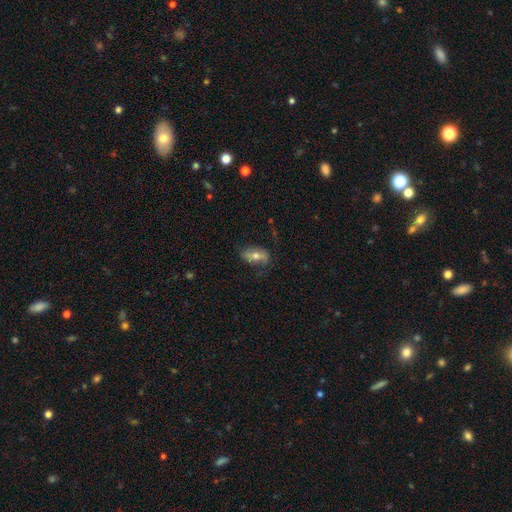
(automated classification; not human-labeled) Smooth or featured? smooth (49%)
Merging? none (70%)